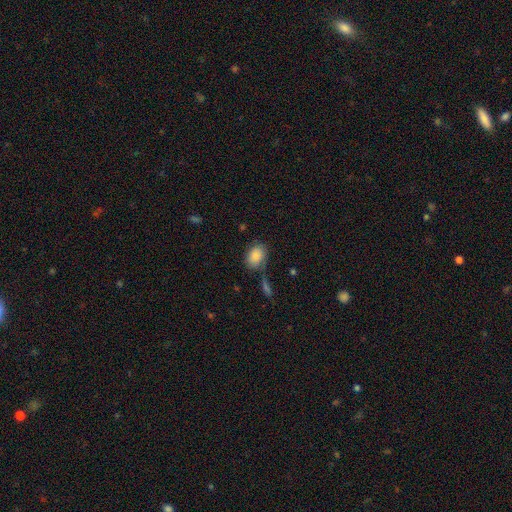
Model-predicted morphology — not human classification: type=smooth (86%); roundness=in between (79%); merging=none (69%).